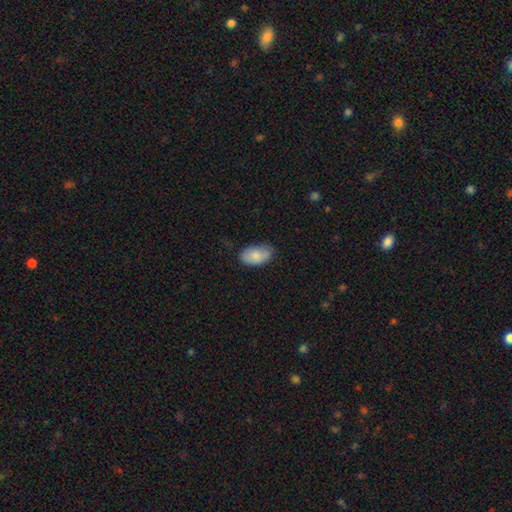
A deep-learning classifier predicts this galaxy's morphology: This appears to be a smooth galaxy with no disk features (82%) that is in between round and cigar-shaped (94%). Merging: none (71%).